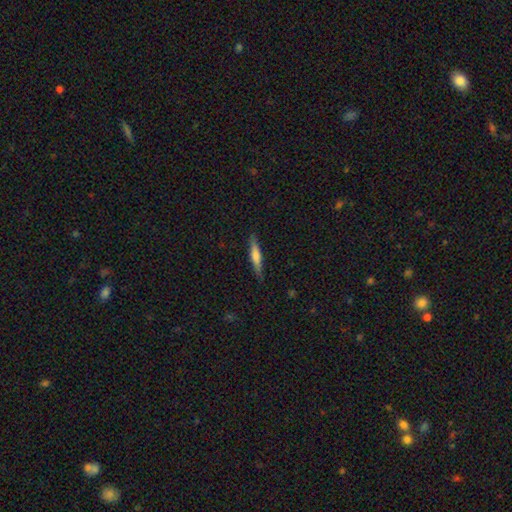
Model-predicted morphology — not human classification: A smooth galaxy with no disk features (57%) that is cigar-shaped (87%).

Vote fractions:
- Smooth or featured? smooth: 57% / featured or disk: 37% / star or artifact: 6%
- How rounded? cigar-shaped: 87% / in between: 11% / round: 2%
- Merging? none: 86% / minor disturbance: 11% / major disturbance: 2% / merger: 1%